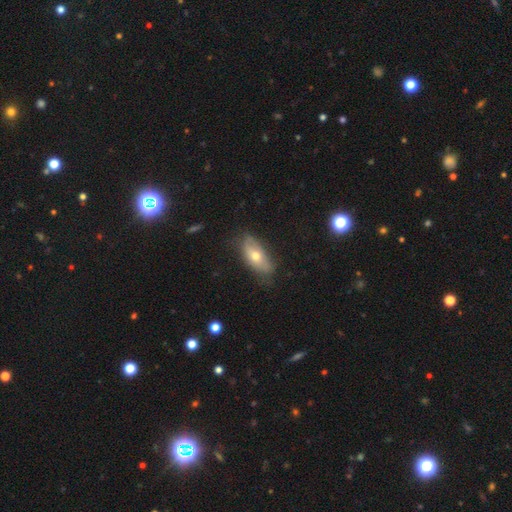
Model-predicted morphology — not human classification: Q: Smooth or featured?
A: smooth (56%); runner-up: featured or disk (36%)
Q: How rounded?
A: in between (84%); runner-up: cigar-shaped (12%)
Q: Merging?
A: none (70%); runner-up: minor disturbance (23%)